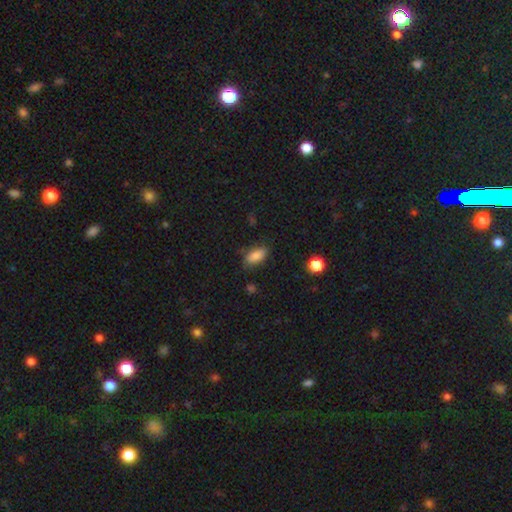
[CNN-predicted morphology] This is clearly a smooth galaxy (83%). How rounded: clearly in between (89%). Merging: likely none (74%).